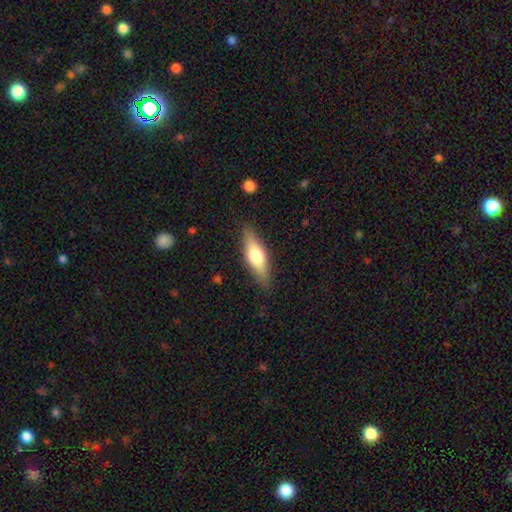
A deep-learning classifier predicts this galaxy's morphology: smooth 60%, featured or disk 34%, star or artifact 6%. Down the decision tree: how rounded — in between (51%); merging — none (85%).